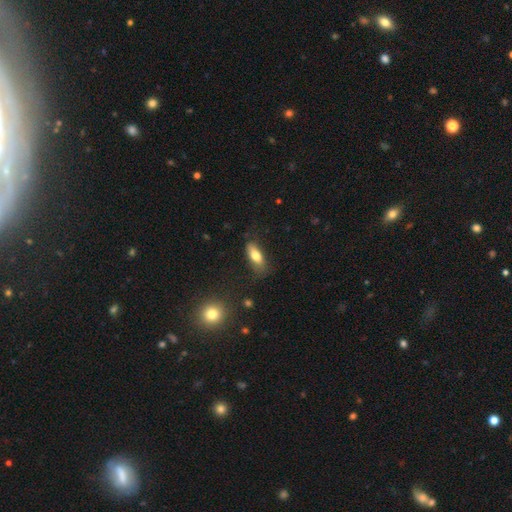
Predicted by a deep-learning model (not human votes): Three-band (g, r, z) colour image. It shows a smooth galaxy with no disk features (76%) that is in between round and cigar-shaped (73%). Merging: none (71%).